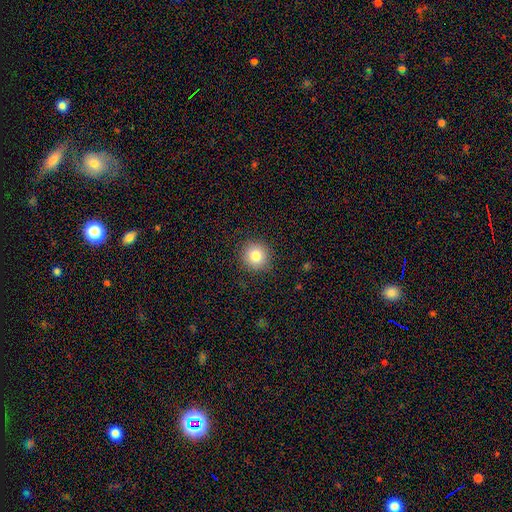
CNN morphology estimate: The model was most divided on "smooth or featured": smooth: 82%, star or artifact: 11%, featured or disk: 7%. More confident: how rounded — round (92%); merging — none (89%).